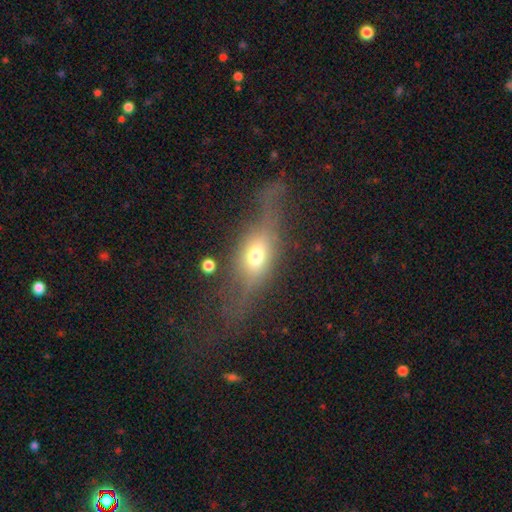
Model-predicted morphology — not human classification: The model was most divided on "smooth or featured": featured or disk: 47%, smooth: 42%, star or artifact: 11%. Remaining: merging — none (45%).